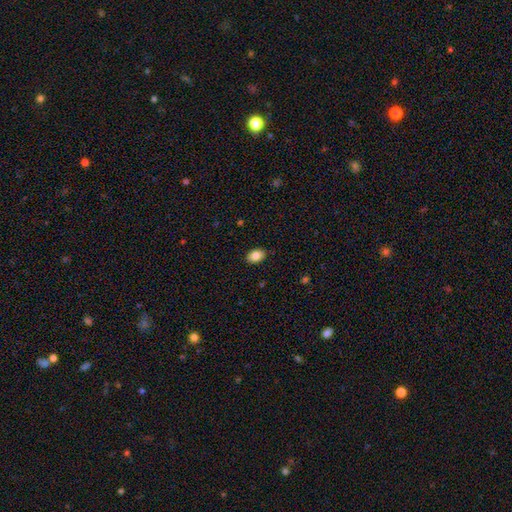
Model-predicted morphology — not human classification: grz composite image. It shows a smooth galaxy with no disk features (85%) that is in between round and cigar-shaped (80%). Merging: none (87%).